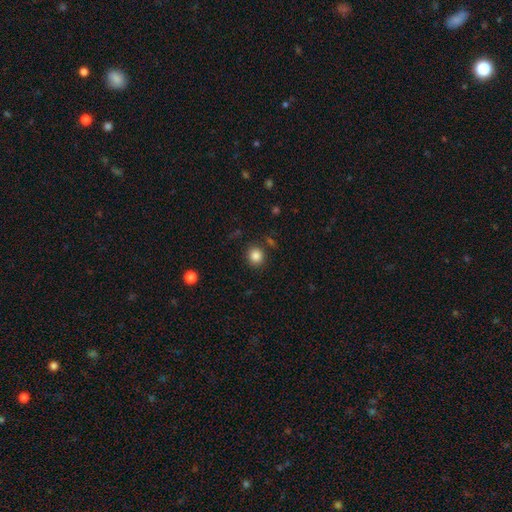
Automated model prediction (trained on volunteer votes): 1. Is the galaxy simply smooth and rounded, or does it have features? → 85% smooth, 10% star or artifact, 4% featured or disk.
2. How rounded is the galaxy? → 85% round, 14% in between, 1% cigar-shaped.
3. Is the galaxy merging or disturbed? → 86% none, 8% minor disturbance, 3% merger, 3% major disturbance.